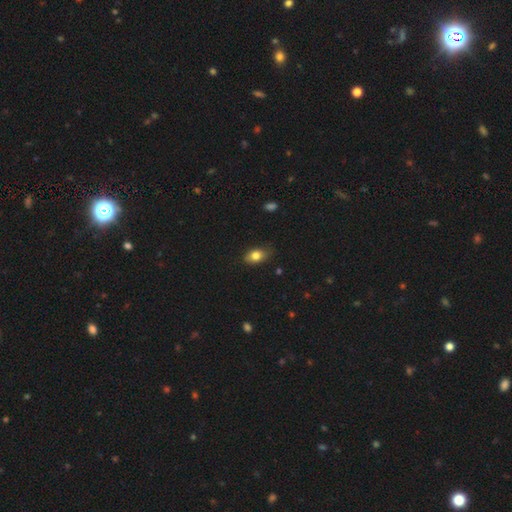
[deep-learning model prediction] Q: Smooth or featured?
A: smooth (80%); runner-up: featured or disk (12%)
Q: How rounded?
A: in between (83%); runner-up: round (14%)
Q: Merging?
A: none (74%); runner-up: minor disturbance (21%)